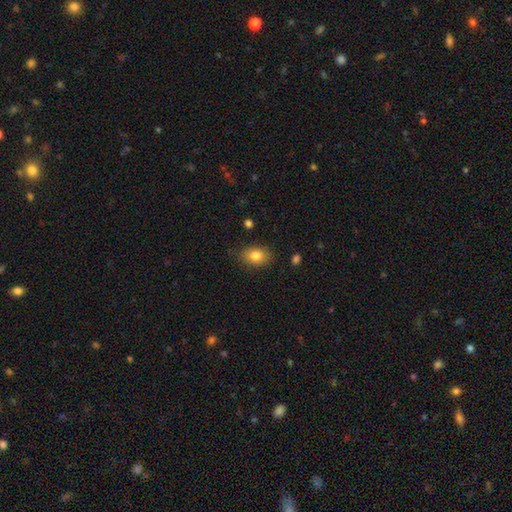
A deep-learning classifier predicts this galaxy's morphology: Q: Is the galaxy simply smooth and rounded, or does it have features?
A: smooth — 82%.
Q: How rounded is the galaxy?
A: in between — 77%.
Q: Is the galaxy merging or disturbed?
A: none — 85%.